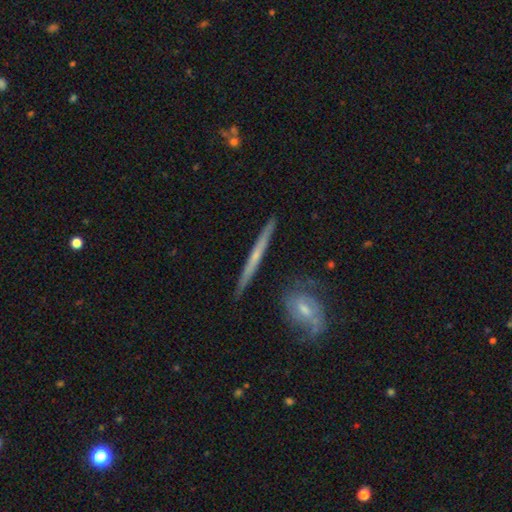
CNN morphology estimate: This appears to be a featured or disk galaxy (62%) viewed edge-on (94%) with no central bulge (70%). Merging: none (86%).